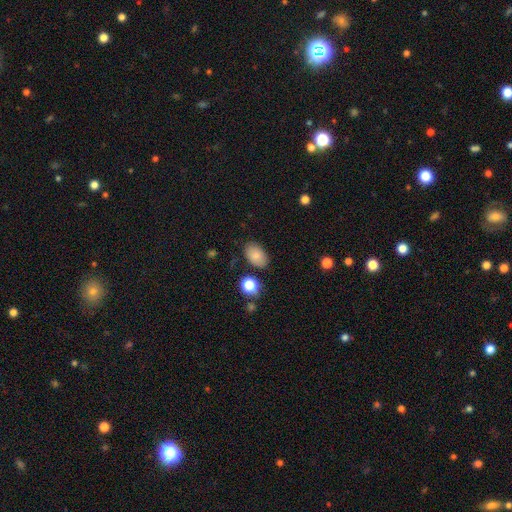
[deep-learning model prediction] This appears to be a smooth galaxy with no disk features (83%) that is in between round and cigar-shaped (89%). Merging: none (82%).